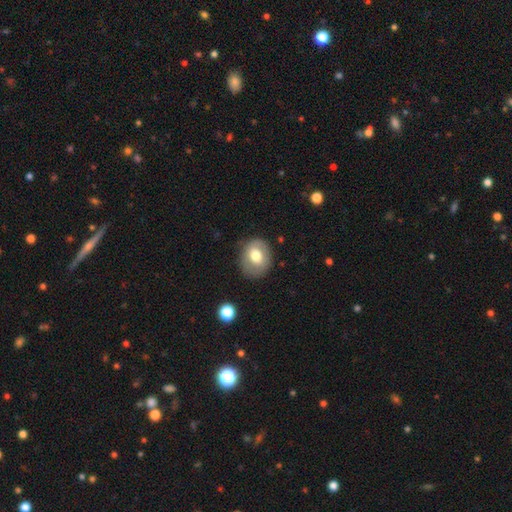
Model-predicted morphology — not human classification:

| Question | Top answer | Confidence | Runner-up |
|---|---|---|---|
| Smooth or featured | smooth | 66% | featured or disk (27%) |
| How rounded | round | 57% | in between (42%) |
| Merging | none | 77% | minor disturbance (16%) |